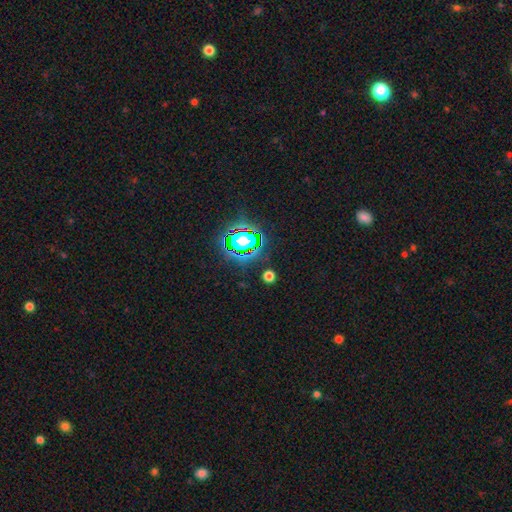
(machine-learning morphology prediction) star or artifact 78%, smooth 14%, featured or disk 8%.